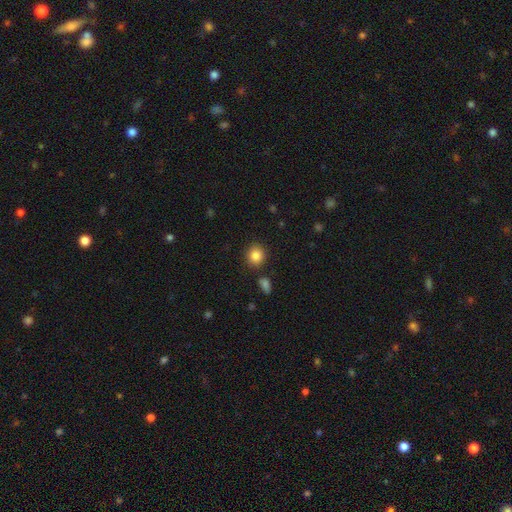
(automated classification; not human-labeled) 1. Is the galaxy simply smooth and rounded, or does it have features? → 85% smooth, 9% star or artifact, 5% featured or disk.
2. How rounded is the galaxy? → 84% round, 15% in between, 1% cigar-shaped.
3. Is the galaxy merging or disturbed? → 87% none, 7% minor disturbance, 3% merger, 2% major disturbance.